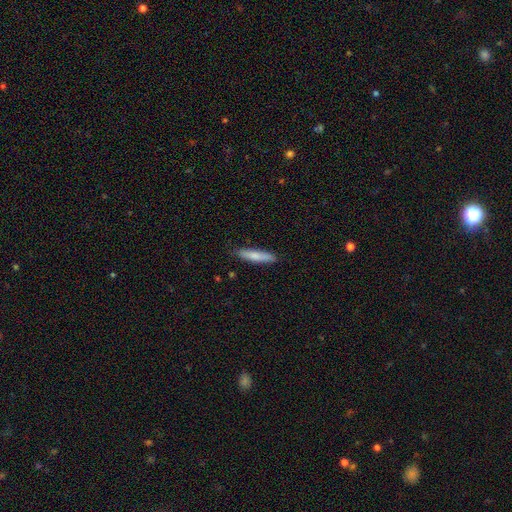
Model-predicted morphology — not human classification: type=smooth (77%); roundness=cigar-shaped (84%); merging=none (86%).